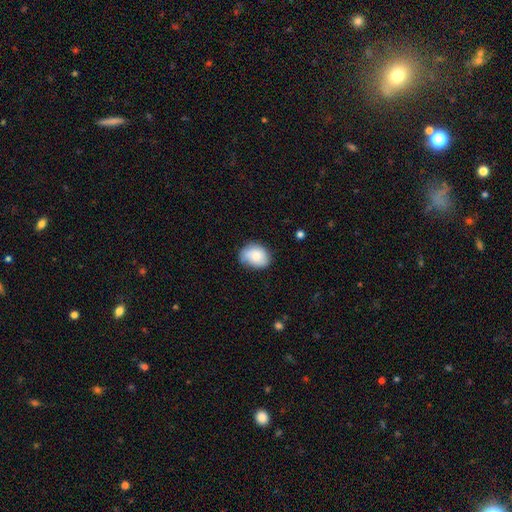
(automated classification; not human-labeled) A smooth galaxy with no disk features (80%) that is in between round and cigar-shaped (61%). Merging: none (71%).